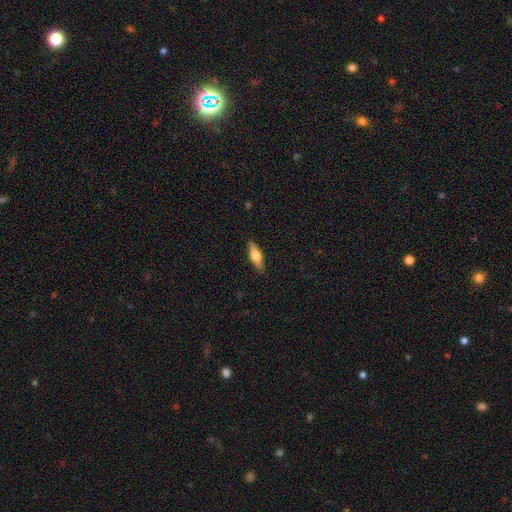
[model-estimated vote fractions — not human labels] Smooth or featured: smooth — 54% (featured or disk — 40%)
How rounded: cigar-shaped — 60% (in between — 38%)
Merging: none — 88% (minor disturbance — 9%)